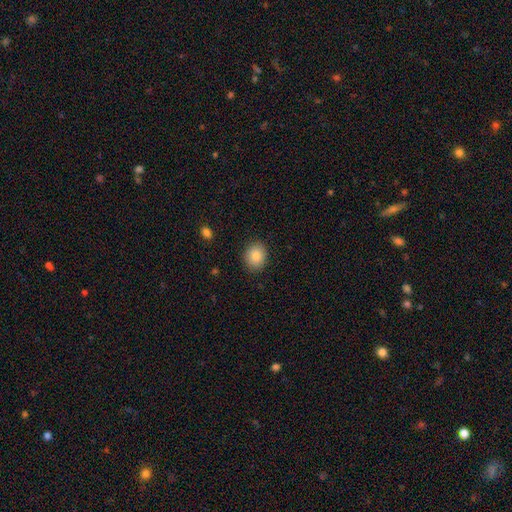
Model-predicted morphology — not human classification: type=smooth (85%); roundness=round (61%); merging=none (89%).